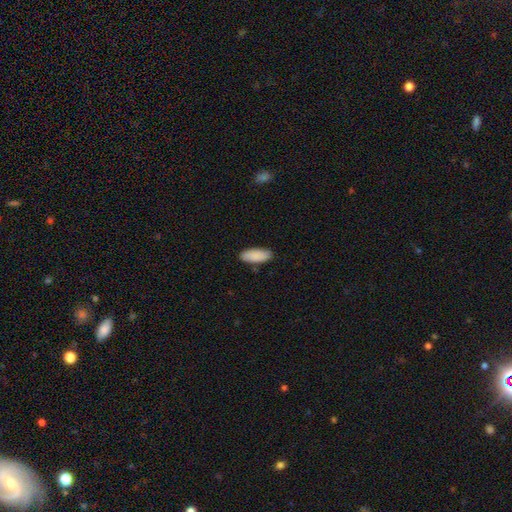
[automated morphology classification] A smooth galaxy with no disk features (89%) that is in between round and cigar-shaped (82%).

Vote fractions:
- Smooth or featured? smooth: 89% / star or artifact: 6% / featured or disk: 5%
- How rounded? in between: 82% / cigar-shaped: 17% / round: 2%
- Merging? none: 86% / minor disturbance: 10% / major disturbance: 2% / merger: 1%